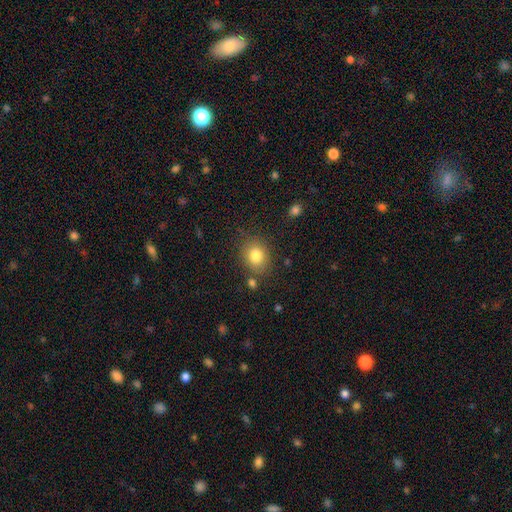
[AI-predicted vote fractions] Q: Smooth or featured?
A: smooth (81%); runner-up: star or artifact (11%)
Q: How rounded?
A: round (60%); runner-up: in between (39%)
Q: Merging?
A: none (79%); runner-up: minor disturbance (12%)